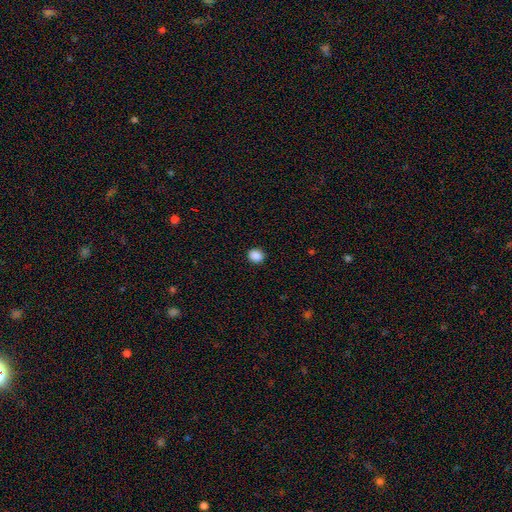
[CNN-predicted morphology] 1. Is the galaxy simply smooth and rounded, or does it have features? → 88% smooth, 10% star or artifact, 2% featured or disk.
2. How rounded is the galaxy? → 79% round, 20% in between, 1% cigar-shaped.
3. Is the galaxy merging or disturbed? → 92% none, 6% minor disturbance, 2% major disturbance, 1% merger.